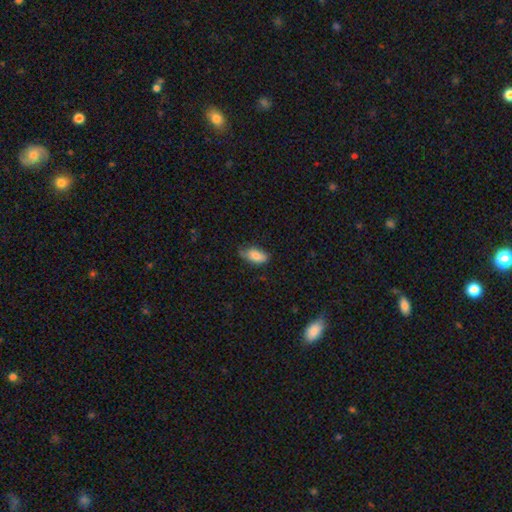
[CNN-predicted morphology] A smooth galaxy with no disk features (81%) that is in between round and cigar-shaped (92%).

Vote fractions:
- Smooth or featured? smooth: 81% / featured or disk: 12% / star or artifact: 7%
- How rounded? in between: 92% / cigar-shaped: 4% / round: 4%
- Merging? none: 57% / minor disturbance: 34% / major disturbance: 7% / merger: 2%